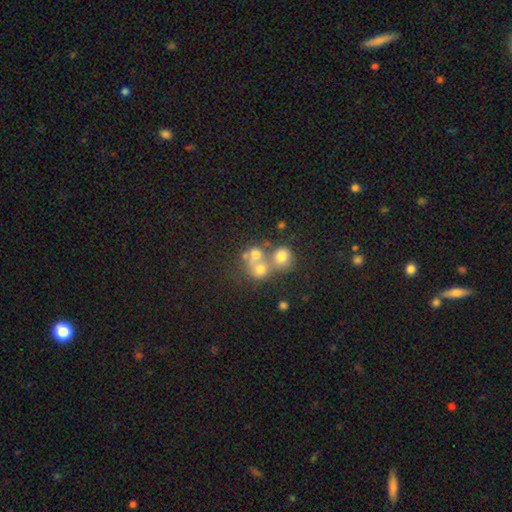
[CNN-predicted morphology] type=smooth (58%); roundness=round (78%); merging=merger (53%).